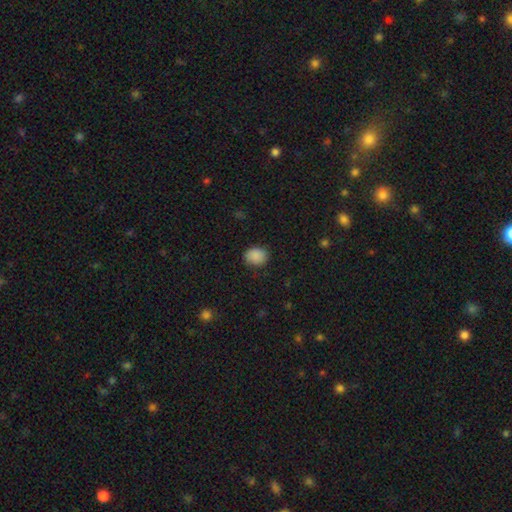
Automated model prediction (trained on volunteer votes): A smooth galaxy with no disk features (88%) that is round (51%). Merging: none (83%).